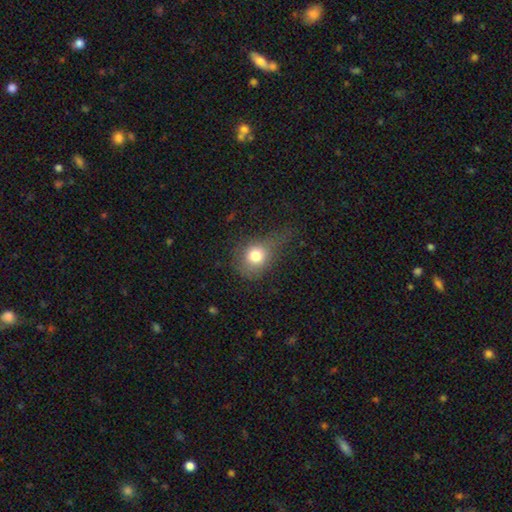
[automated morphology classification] Smooth or featured?
  - smooth: 76% *
  - featured or disk: 13%
  - star or artifact: 12%
How rounded?
  - round: 71% *
  - in between: 27%
  - cigar-shaped: 1%
Merging?
  - none: 43% *
  - minor disturbance: 31%
  - major disturbance: 24%
  - merger: 2%